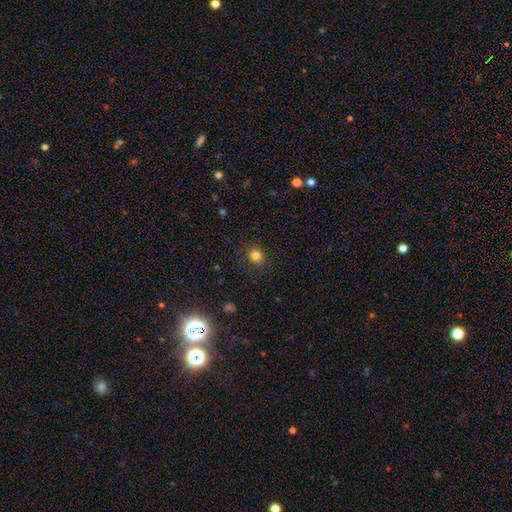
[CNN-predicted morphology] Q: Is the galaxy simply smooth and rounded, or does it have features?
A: smooth — 81%.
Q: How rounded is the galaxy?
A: round — 69%.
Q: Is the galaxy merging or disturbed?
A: none — 85%.